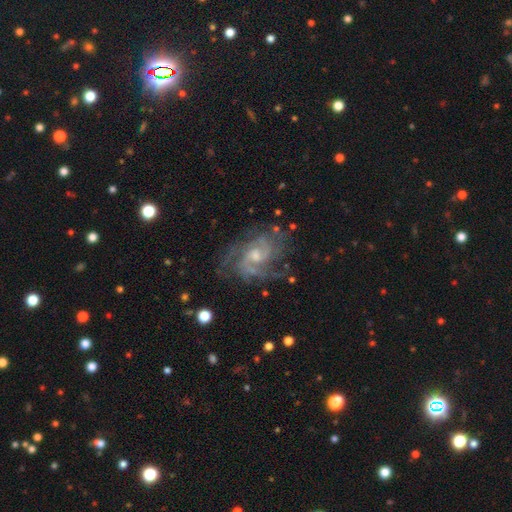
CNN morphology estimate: Overall: featured or disk (88%). Edge-on disk: no (97%). Bar: no (53%; weak 40%). Spiral arms: yes (97%). Spiral arm count: 2 (41%; 3 23%). Spiral winding: medium (46%; tight 43%). Bulge size: moderate (46%; small 44%). Merging: none (70%).